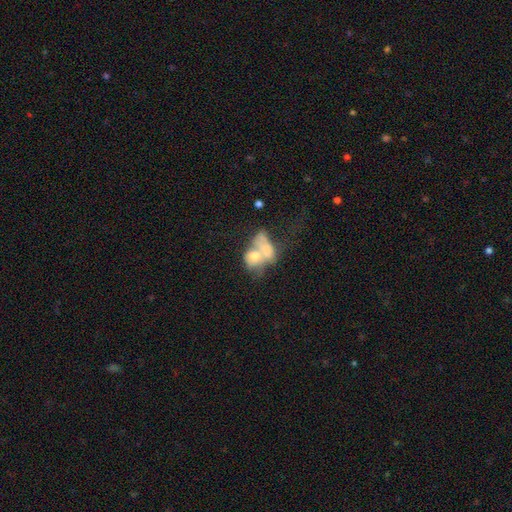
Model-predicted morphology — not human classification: type=smooth (51%); roundness=in between (62%); merging=merger (68%).